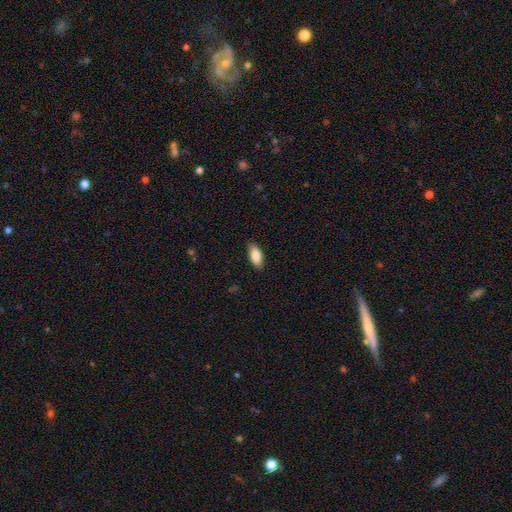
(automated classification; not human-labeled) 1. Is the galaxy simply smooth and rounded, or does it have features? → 87% smooth, 7% featured or disk, 6% star or artifact.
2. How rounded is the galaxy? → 85% in between, 13% cigar-shaped, 2% round.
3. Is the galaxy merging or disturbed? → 88% none, 9% minor disturbance, 2% major disturbance, 1% merger.